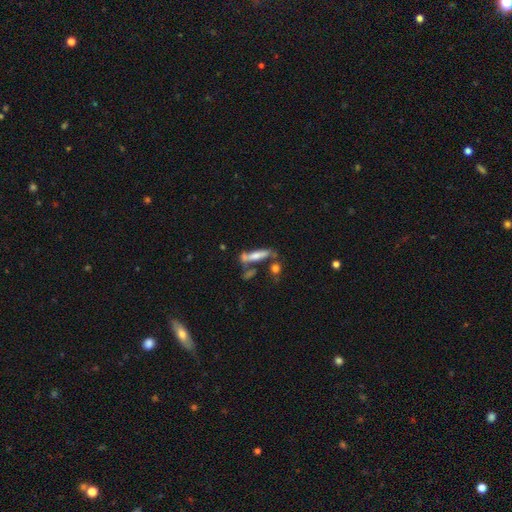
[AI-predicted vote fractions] smooth-or-featured: smooth: 52% | featured or disk: 38% | star or artifact: 10%
  how-rounded: cigar-shaped: 71% | in between: 26% | round: 3%
  merging: none: 48% | merger: 25% | minor disturbance: 17% | major disturbance: 11%